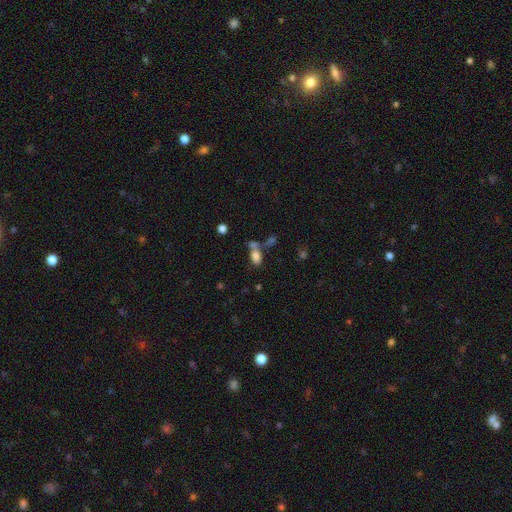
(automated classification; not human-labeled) A smooth galaxy with no disk features (78%) that is in between round and cigar-shaped (88%). Merging: none (42%).